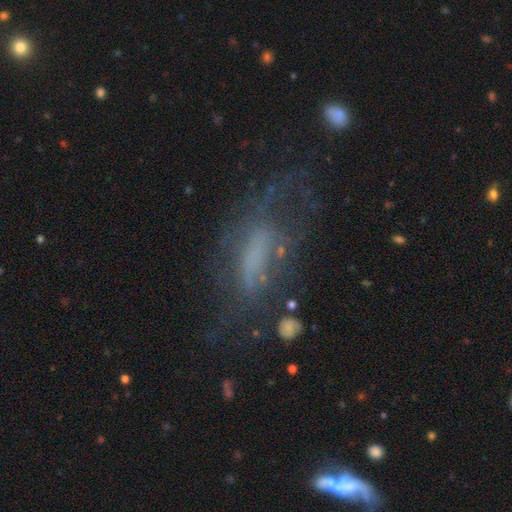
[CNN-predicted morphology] Q: Smooth or featured?
A: featured or disk (52%); runner-up: smooth (33%)
Q: Edge-on disk?
A: no (84%); runner-up: yes (16%)
Q: Merging?
A: none (47%); runner-up: major disturbance (26%)